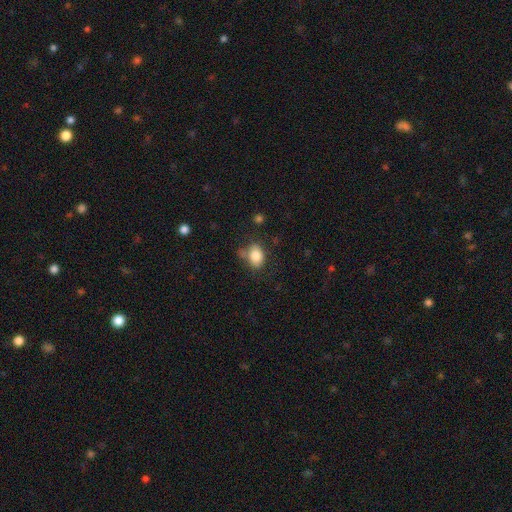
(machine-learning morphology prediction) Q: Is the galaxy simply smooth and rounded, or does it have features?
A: smooth — 82%.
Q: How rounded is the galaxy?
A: in between — 73%.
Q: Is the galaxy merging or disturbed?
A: none — 61%.